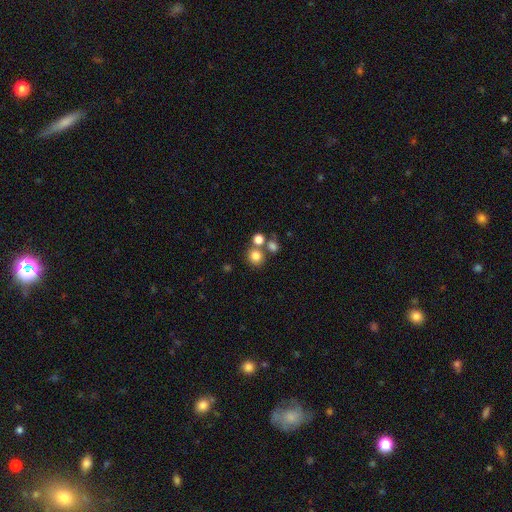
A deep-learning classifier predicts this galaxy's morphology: A smooth galaxy with no disk features (79%) that is round (84%). Merging: none (60%).